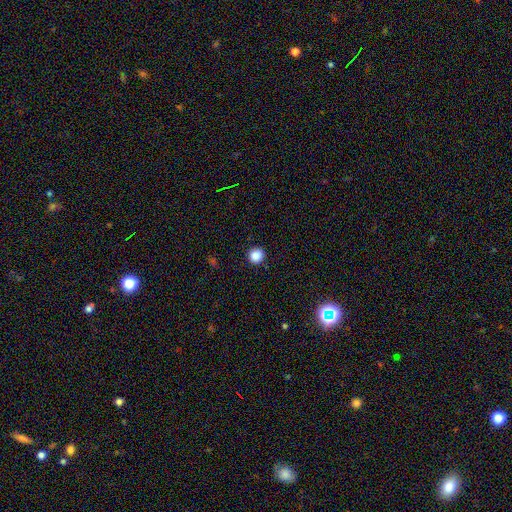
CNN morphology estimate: smooth-or-featured: smooth: 86% | star or artifact: 11% | featured or disk: 3%
  how-rounded: round: 93% | in between: 6% | cigar-shaped: 1%
  merging: none: 92% | minor disturbance: 5% | major disturbance: 2% | merger: 1%